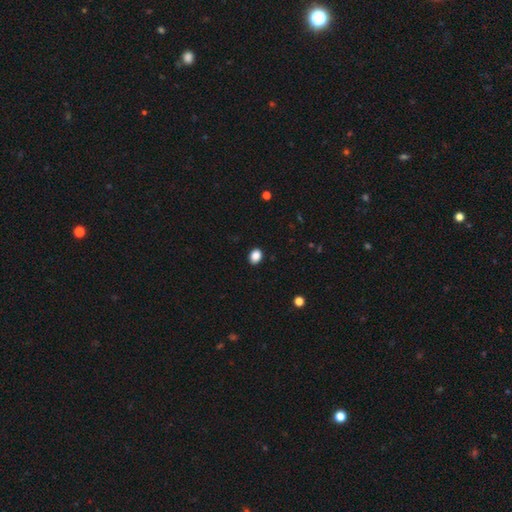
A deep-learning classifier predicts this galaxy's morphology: Smooth or featured? Predicted: smooth (p=0.88). How rounded? Predicted: in between (p=0.59). Merging? Predicted: none (p=0.91).